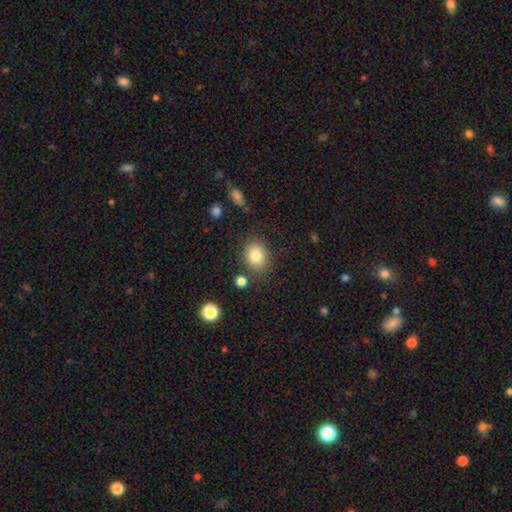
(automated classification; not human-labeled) Q: Smooth or featured?
A: smooth (82%); runner-up: star or artifact (10%)
Q: How rounded?
A: round (59%); runner-up: in between (40%)
Q: Merging?
A: none (80%); runner-up: minor disturbance (12%)